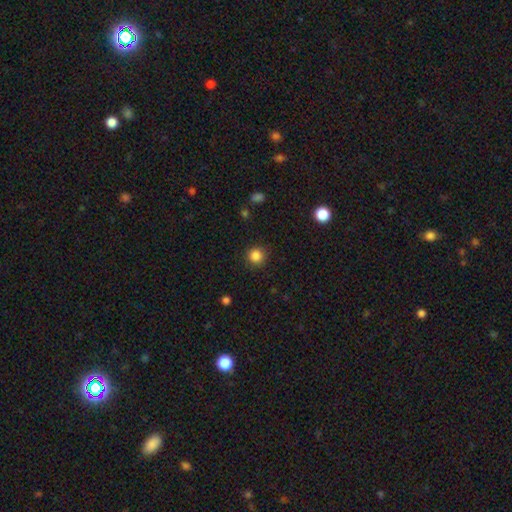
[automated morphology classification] A smooth galaxy with no disk features (85%) that is round (93%).

Vote fractions:
- Smooth or featured? smooth: 85% / star or artifact: 12% / featured or disk: 3%
- How rounded? round: 93% / in between: 6% / cigar-shaped: 1%
- Merging? none: 88% / minor disturbance: 8% / major disturbance: 3% / merger: 1%